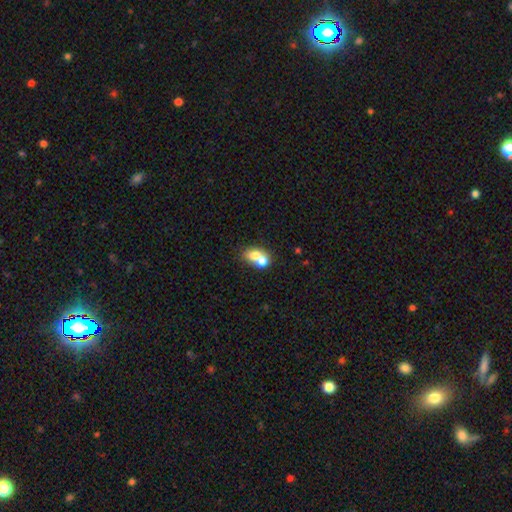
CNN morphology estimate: The model was most divided on "how rounded": in between: 57%, round: 42%, cigar-shaped: 2%. More confident: merging — merger (69%); smooth or featured — smooth (68%).